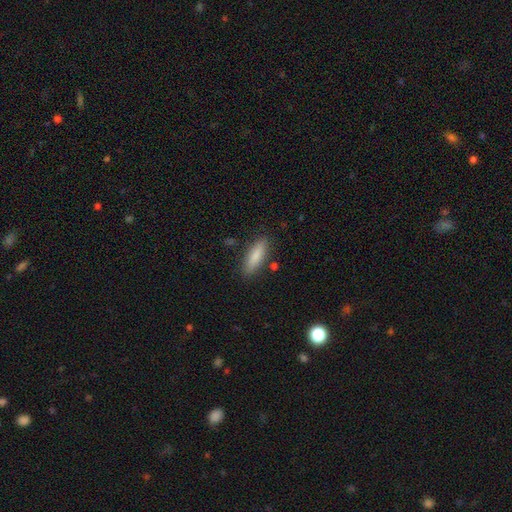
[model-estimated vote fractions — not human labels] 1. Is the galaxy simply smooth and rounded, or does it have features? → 83% smooth, 11% featured or disk, 6% star or artifact.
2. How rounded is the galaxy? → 54% cigar-shaped, 44% in between, 2% round.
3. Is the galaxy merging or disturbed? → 85% none, 10% minor disturbance, 3% merger, 2% major disturbance.